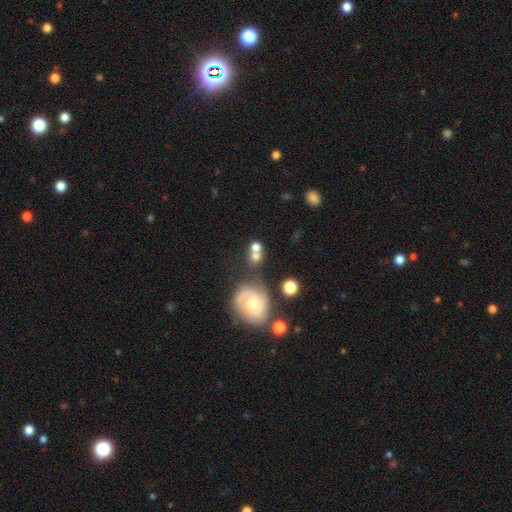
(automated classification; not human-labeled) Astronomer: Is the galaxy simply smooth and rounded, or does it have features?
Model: smooth — 62%.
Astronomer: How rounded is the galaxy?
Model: round — 69%.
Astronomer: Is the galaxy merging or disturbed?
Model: none — 45% (runner-up: merger, 35%).